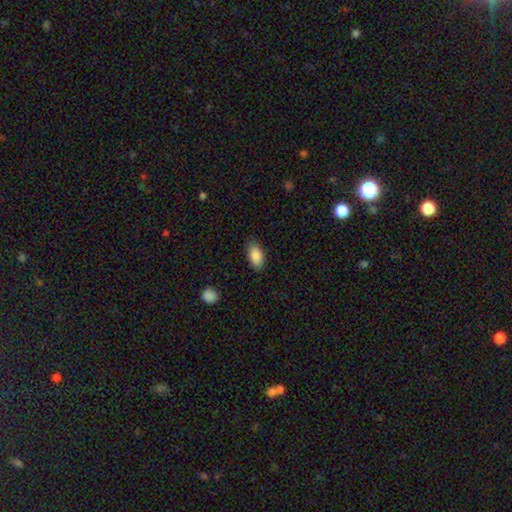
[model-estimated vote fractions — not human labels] Morphology: type=smooth (88%); roundness=in between (93%); merging=none (81%).